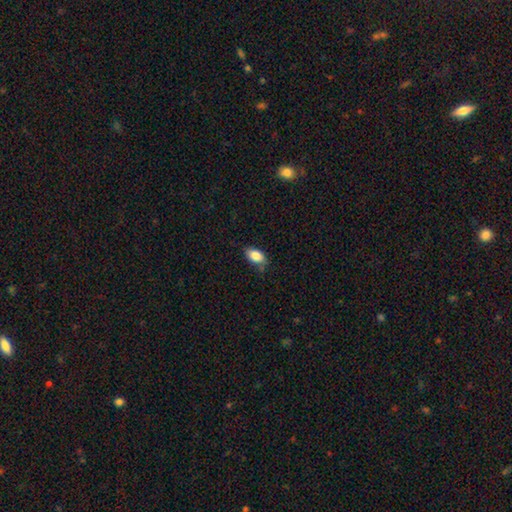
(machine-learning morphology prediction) Smooth or featured?
  - smooth: 86% *
  - star or artifact: 8%
  - featured or disk: 7%
How rounded?
  - in between: 90% *
  - round: 7%
  - cigar-shaped: 3%
Merging?
  - none: 73% *
  - minor disturbance: 21%
  - major disturbance: 4%
  - merger: 2%